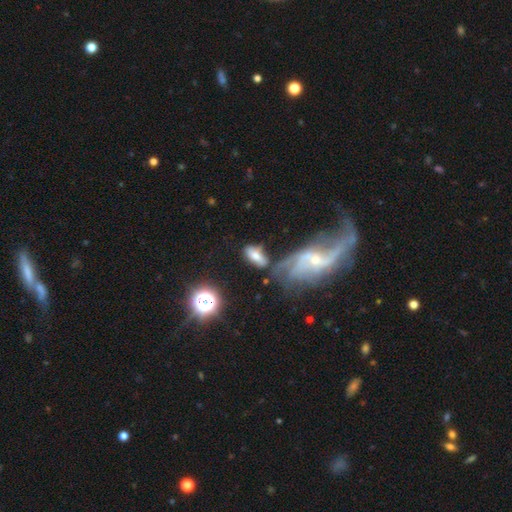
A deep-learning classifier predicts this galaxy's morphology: smooth 59%, featured or disk 30%, star or artifact 11%. Down the decision tree: how rounded — in between (84%); merging — none (47%).